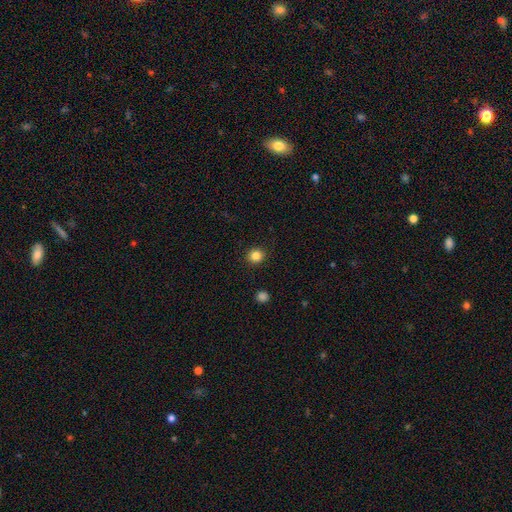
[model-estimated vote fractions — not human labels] Smooth or featured? Predicted: smooth (p=0.84). How rounded? Predicted: round (p=0.88). Merging? Predicted: none (p=0.92).